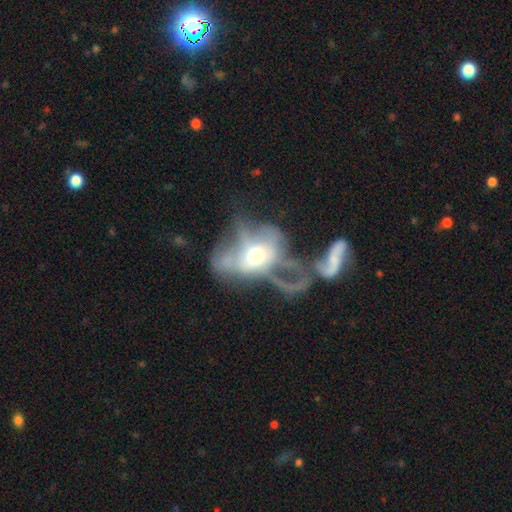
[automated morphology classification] Smooth or featured: featured or disk — 59% (smooth — 30%)
Edge-on disk: no — 91% (yes — 9%)
Bar: no — 79% (weak — 15%)
Spiral arms: no — 70% (yes — 30%)
Bulge size: moderate — 63% (large — 23%)
Merging: major disturbance — 52% (merger — 30%)